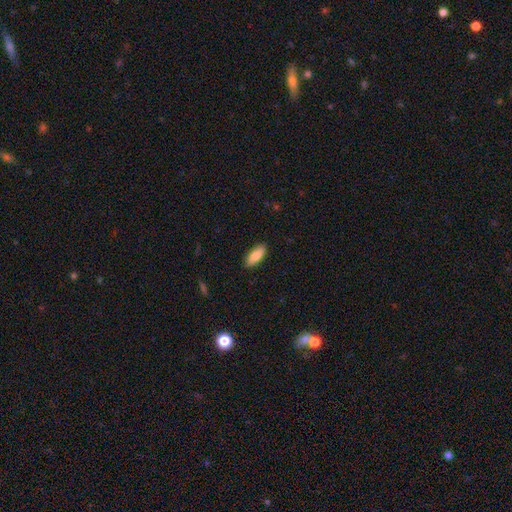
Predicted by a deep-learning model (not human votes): Q: Smooth or featured?
A: smooth (84%); runner-up: featured or disk (10%)
Q: How rounded?
A: in between (80%); runner-up: cigar-shaped (18%)
Q: Merging?
A: none (88%); runner-up: minor disturbance (9%)